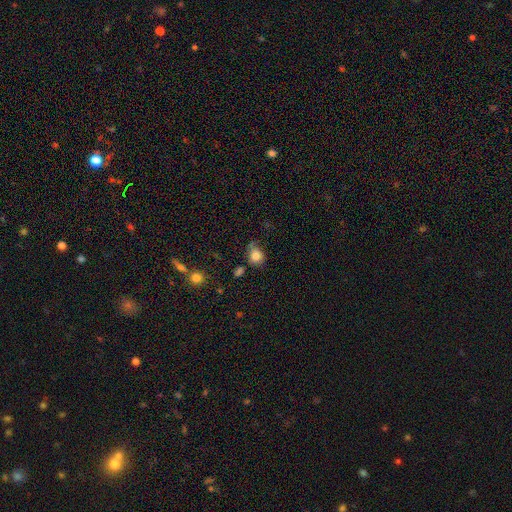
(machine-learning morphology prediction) A smooth galaxy with no disk features (82%) that is round (70%). Merging: none (62%).